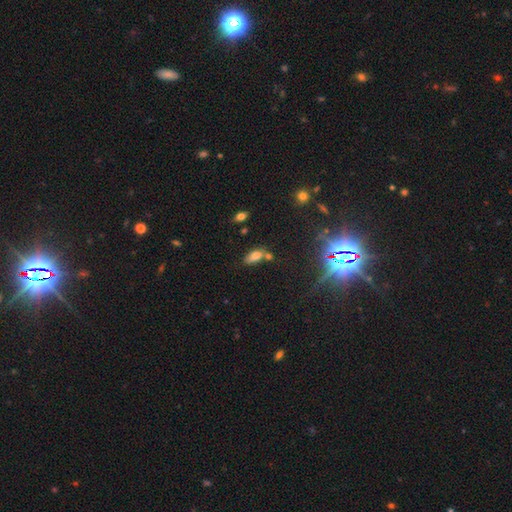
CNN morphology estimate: A smooth galaxy with no disk features (73%) that is in between round and cigar-shaped (86%). Merging: none (53%).